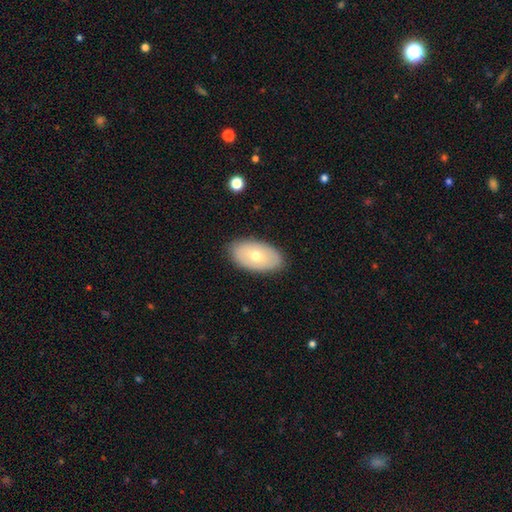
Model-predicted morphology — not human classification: This appears to be a smooth galaxy with no disk features (62%) that is in between round and cigar-shaped (94%). Merging: none (87%).